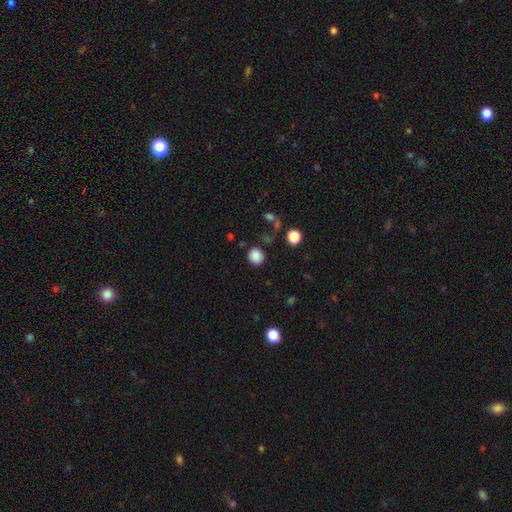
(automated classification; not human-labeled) Smooth or featured? smooth (86%)
How rounded? round (89%)
Merging? none (84%)